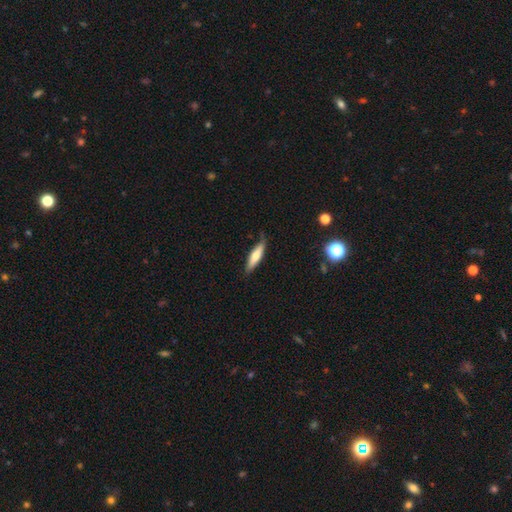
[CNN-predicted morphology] This is likely a smooth galaxy (64%). How rounded: likely cigar-shaped (73%). Merging: likely none (77%).